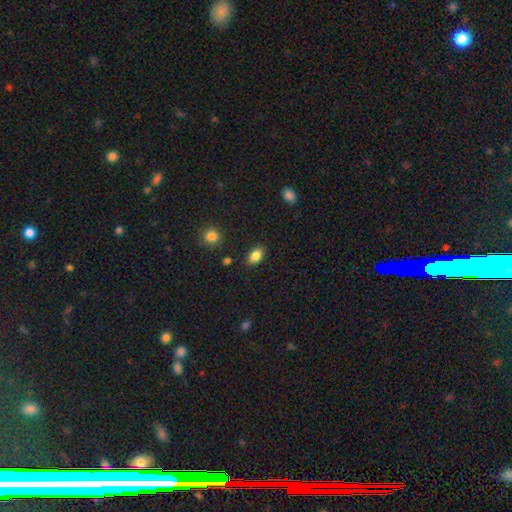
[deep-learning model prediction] smooth 85%, star or artifact 9%, featured or disk 6%. Down the decision tree: how rounded — in between (87%); merging — none (86%).